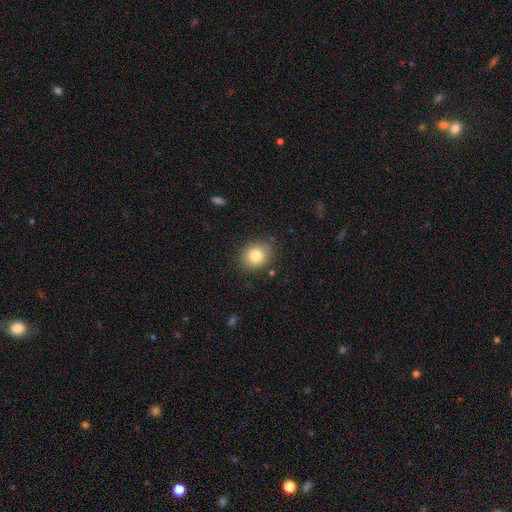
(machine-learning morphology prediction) Smooth or featured?
  - smooth: 81% *
  - star or artifact: 10%
  - featured or disk: 9%
How rounded?
  - round: 65% *
  - in between: 35%
  - cigar-shaped: 1%
Merging?
  - none: 84% *
  - minor disturbance: 11%
  - major disturbance: 3%
  - merger: 2%